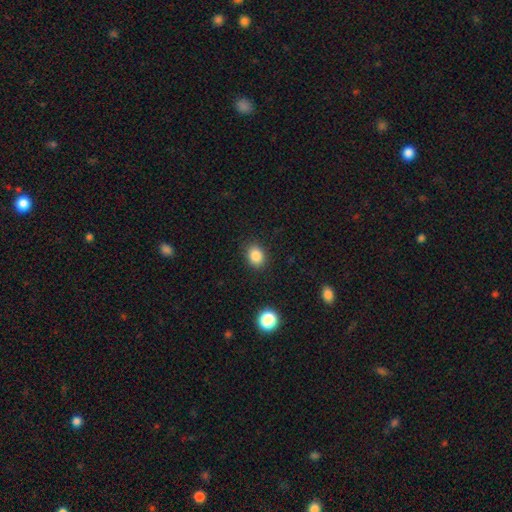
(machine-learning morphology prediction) type=smooth (85%); roundness=in between (51%); merging=none (87%).